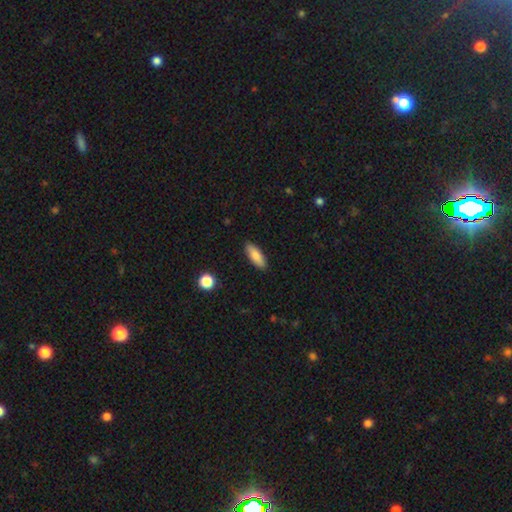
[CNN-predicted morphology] A smooth galaxy with no disk features (85%) that is in between round and cigar-shaped (66%).

Vote fractions:
- Smooth or featured? smooth: 85% / featured or disk: 8% / star or artifact: 7%
- How rounded? in between: 66% / cigar-shaped: 32% / round: 2%
- Merging? none: 89% / minor disturbance: 8% / major disturbance: 2% / merger: 1%